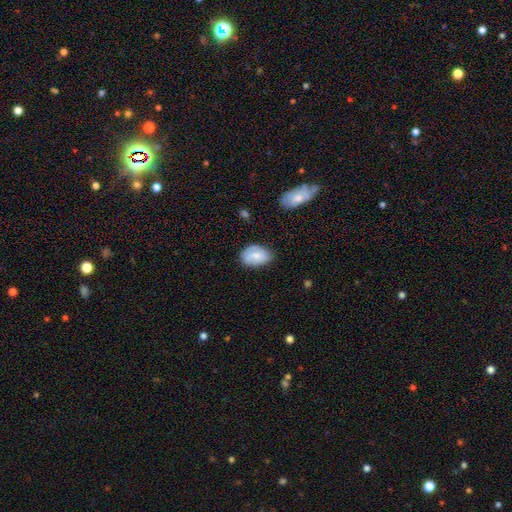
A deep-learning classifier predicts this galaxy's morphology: The model was most divided on "merging": none: 68%, minor disturbance: 25%, major disturbance: 5%, merger: 2%. More confident: how rounded — in between (86%); smooth or featured — smooth (76%).